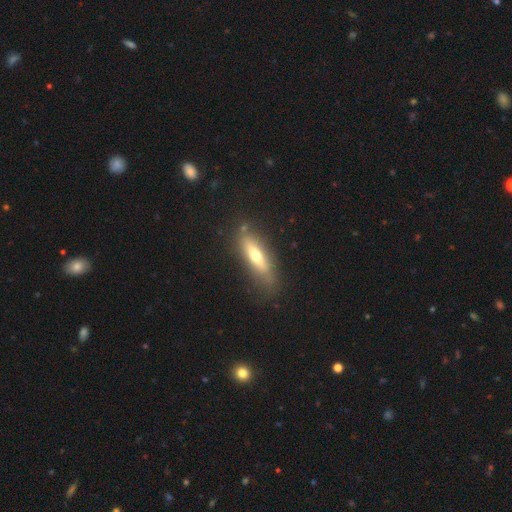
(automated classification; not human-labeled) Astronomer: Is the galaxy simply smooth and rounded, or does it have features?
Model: smooth — 53% (runner-up: featured or disk, 41%).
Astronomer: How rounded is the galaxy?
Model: cigar-shaped — 64%.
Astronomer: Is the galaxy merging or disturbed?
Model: none — 77%.